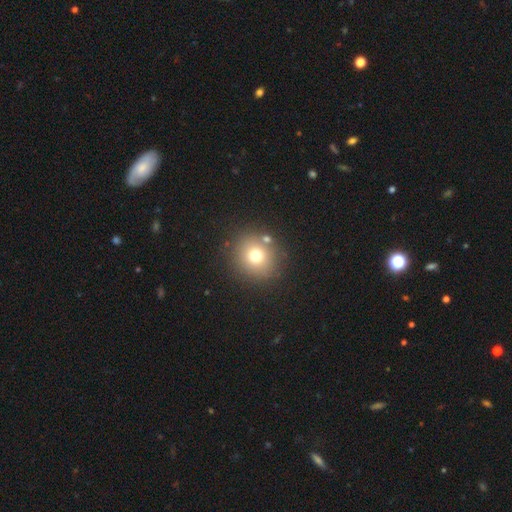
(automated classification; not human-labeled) Morphology: type=smooth (72%); roundness=round (89%); merging=none (82%).